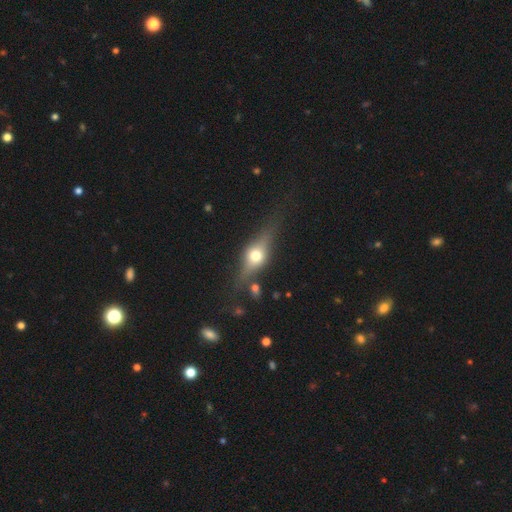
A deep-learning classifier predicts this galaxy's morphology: Smooth or featured? featured or disk (60%)
Edge-on disk? yes (90%)
Edge-on bulge? rounded (95%)
Merging? none (77%)